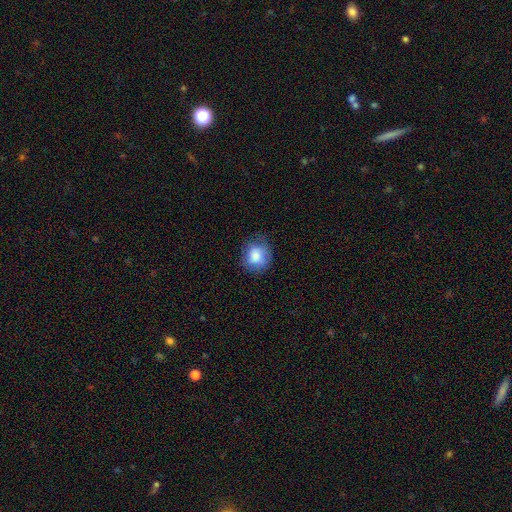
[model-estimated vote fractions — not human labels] Morphology: type=smooth (78%); roundness=round (78%); merging=none (73%).